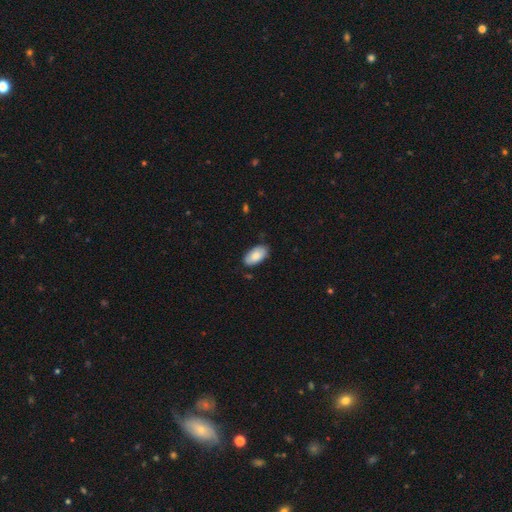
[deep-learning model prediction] A smooth galaxy with no disk features (84%) that is in between round and cigar-shaped (95%).

Vote fractions:
- Smooth or featured? smooth: 84% / featured or disk: 10% / star or artifact: 6%
- How rounded? in between: 95% / round: 2% / cigar-shaped: 2%
- Merging? none: 82% / minor disturbance: 14% / major disturbance: 2% / merger: 1%